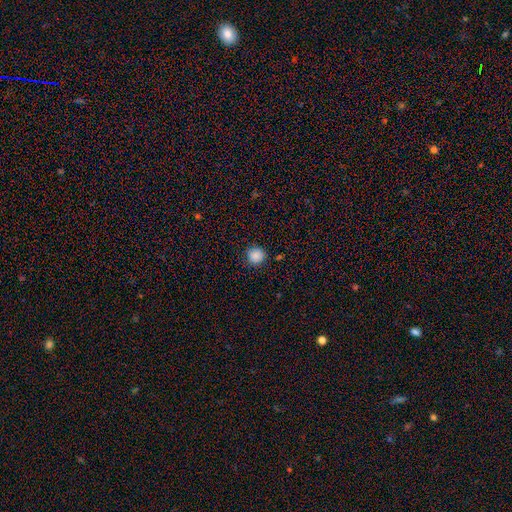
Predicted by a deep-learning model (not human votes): Q: Smooth or featured?
A: smooth (86%); runner-up: star or artifact (10%)
Q: How rounded?
A: round (93%); runner-up: in between (6%)
Q: Merging?
A: none (86%); runner-up: minor disturbance (10%)